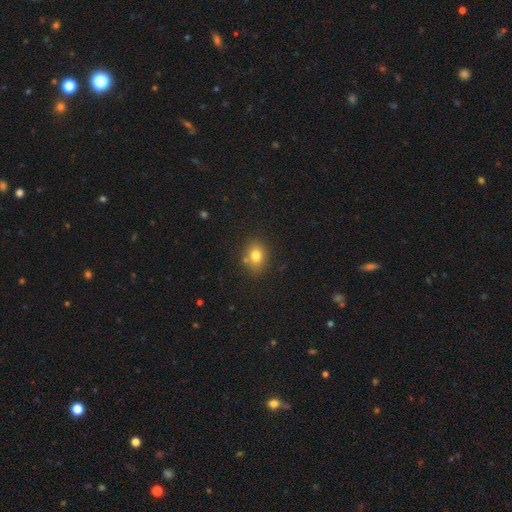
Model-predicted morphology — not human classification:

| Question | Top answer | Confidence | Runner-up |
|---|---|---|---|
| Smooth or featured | smooth | 77% | star or artifact (12%) |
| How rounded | in between | 50% | round (49%) |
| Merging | none | 77% | minor disturbance (13%) |